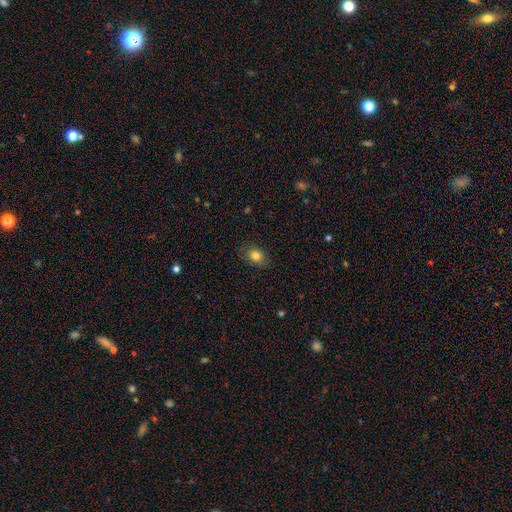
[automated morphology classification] A smooth galaxy with no disk features (81%) that is in between round and cigar-shaped (52%).

Vote fractions:
- Smooth or featured? smooth: 81% / star or artifact: 11% / featured or disk: 8%
- How rounded? in between: 52% / round: 47% / cigar-shaped: 1%
- Merging? none: 83% / minor disturbance: 13% / major disturbance: 3% / merger: 1%